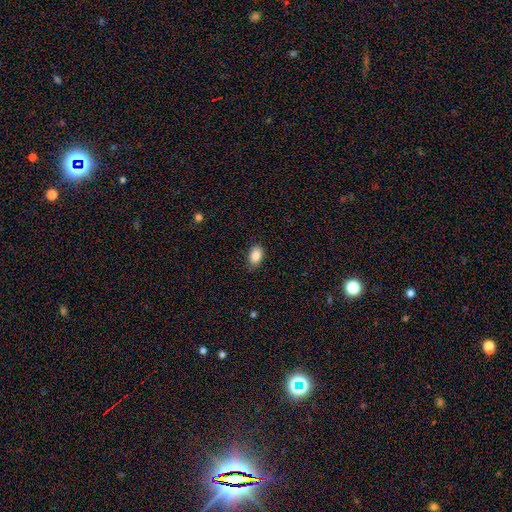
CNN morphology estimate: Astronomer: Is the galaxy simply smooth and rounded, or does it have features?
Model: smooth — 88%.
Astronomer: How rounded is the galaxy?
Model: in between — 89%.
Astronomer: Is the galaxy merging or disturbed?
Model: none — 82%.